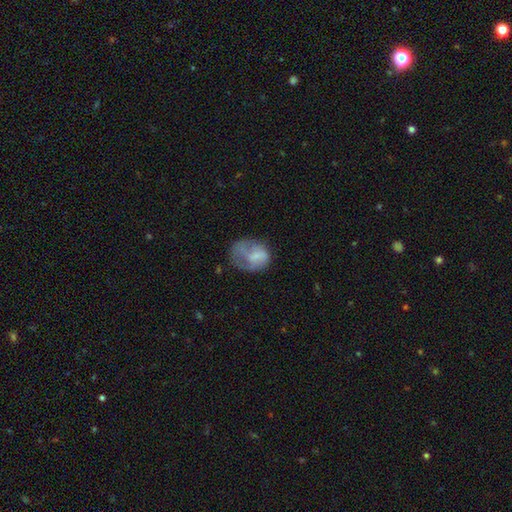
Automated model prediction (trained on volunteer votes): smooth-or-featured: smooth: 54% | featured or disk: 37% | star or artifact: 9%
  how-rounded: in between: 57% | round: 42% | cigar-shaped: 1%
  merging: major disturbance: 35% (tied) | none: 35% (tied) | minor disturbance: 27% | merger: 3%